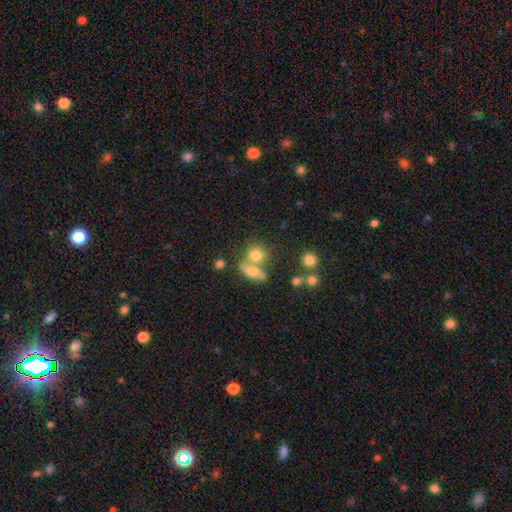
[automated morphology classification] This appears to be a smooth galaxy with no disk features (75%) that is round (67%). Merging: none (45%).